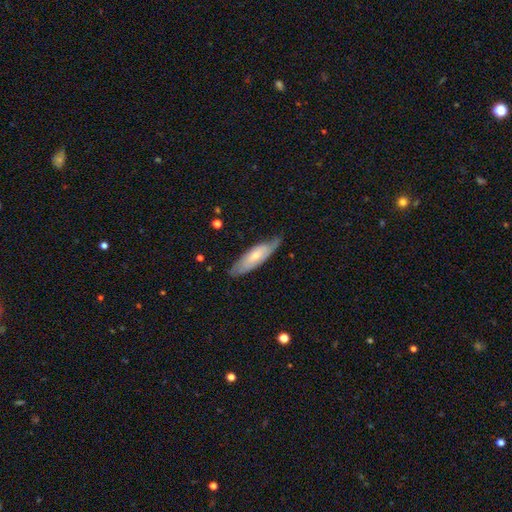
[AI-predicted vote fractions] Smooth or featured? smooth (48%)
Merging? none (68%)